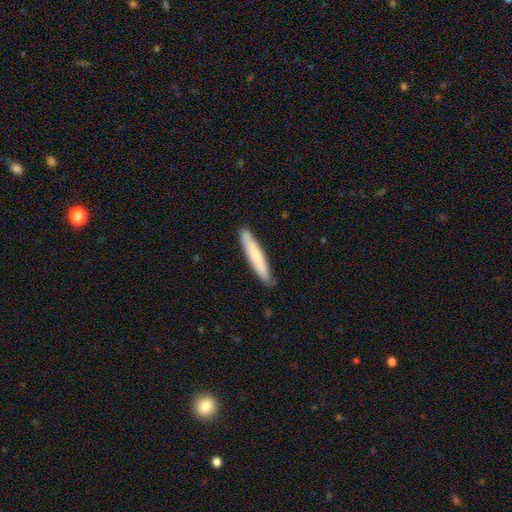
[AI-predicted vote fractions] The model was most divided on "smooth or featured": smooth: 71%, featured or disk: 23%, star or artifact: 5%. More confident: how rounded — cigar-shaped (93%); merging — none (86%).